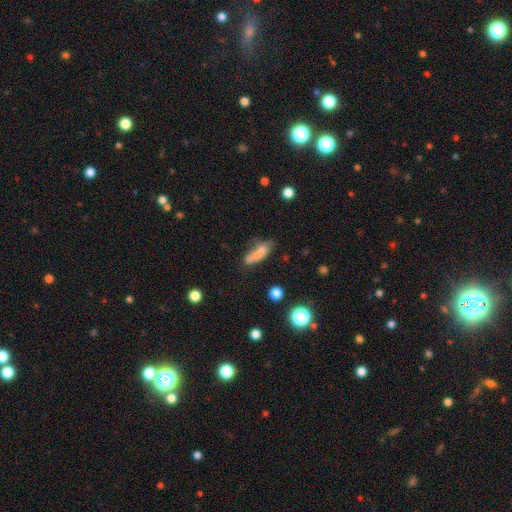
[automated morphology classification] Overall: smooth (69%). How rounded: in between (52%; cigar-shaped 43%). Merging: none (39%; minor disturbance 23%).